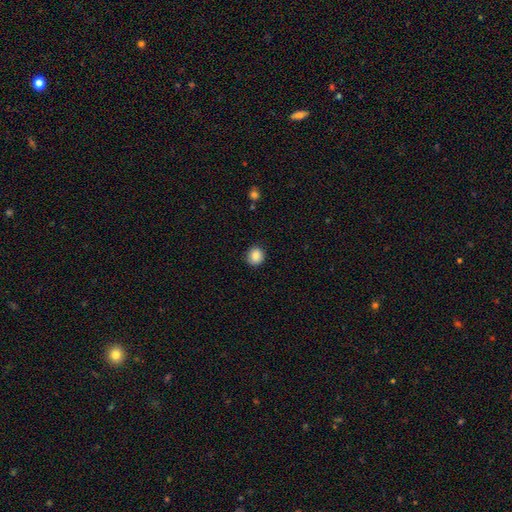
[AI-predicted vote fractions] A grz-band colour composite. It shows a smooth galaxy with no disk features (87%) that is round (86%). Merging: none (88%).